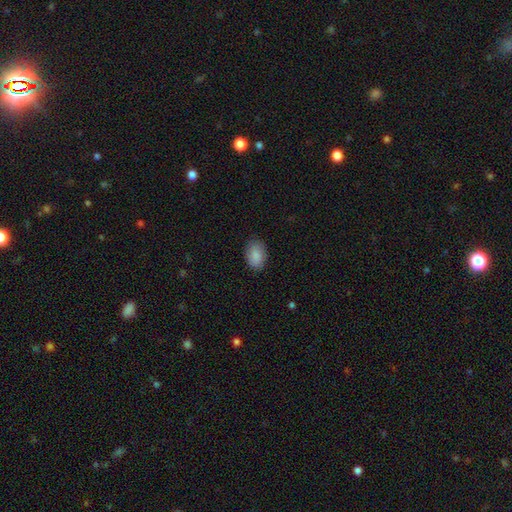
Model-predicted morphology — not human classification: Overall: smooth (88%). How rounded: in between (84%). Merging: none (83%).